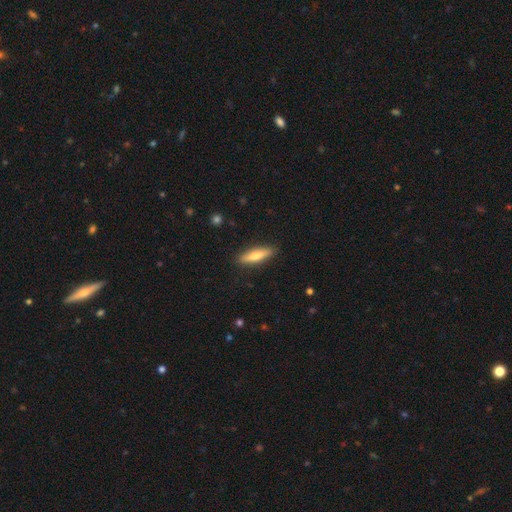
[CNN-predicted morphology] The model was most divided on "smooth or featured": smooth: 68%, featured or disk: 26%, star or artifact: 6%. More confident: merging — none (89%); how rounded — cigar-shaped (73%).